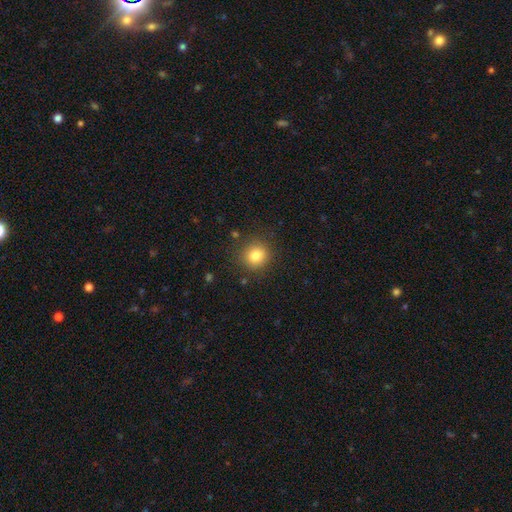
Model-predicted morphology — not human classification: The model was most divided on "smooth or featured": smooth: 81%, star or artifact: 12%, featured or disk: 8%. More confident: how rounded — round (89%); merging — none (87%).